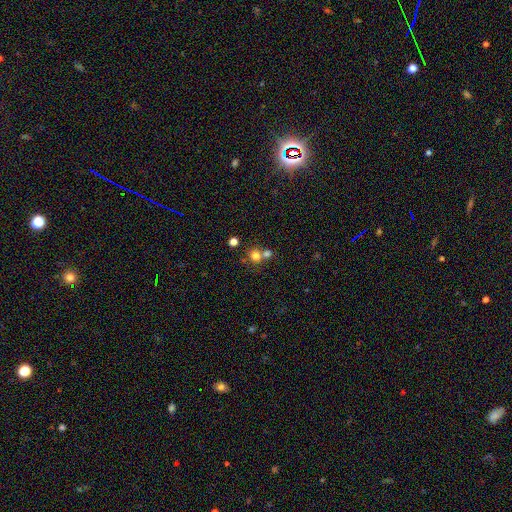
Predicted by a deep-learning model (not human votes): A smooth galaxy with no disk features (77%) that is round (86%). Merging: none (50%).